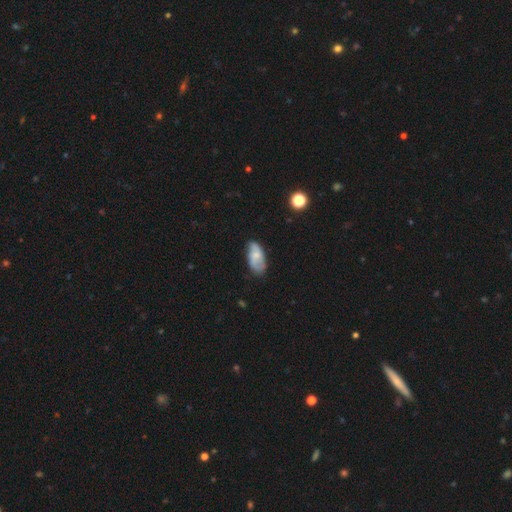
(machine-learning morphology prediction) Q: Smooth or featured?
A: smooth (54%); runner-up: featured or disk (38%)
Q: How rounded?
A: in between (91%); runner-up: cigar-shaped (6%)
Q: Merging?
A: none (64%); runner-up: minor disturbance (27%)